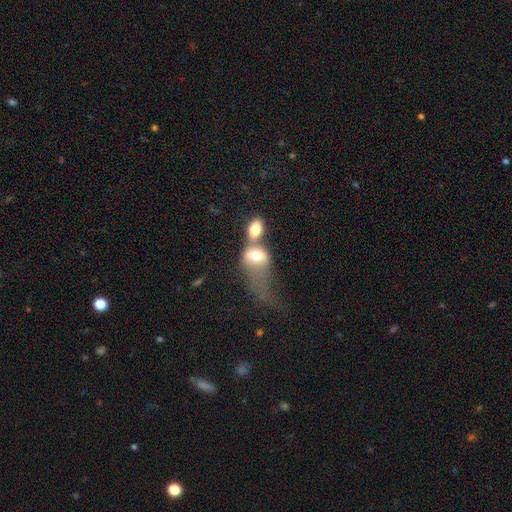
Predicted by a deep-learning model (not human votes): Morphology: type=smooth (68%); roundness=in between (72%); merging=merger (68%).